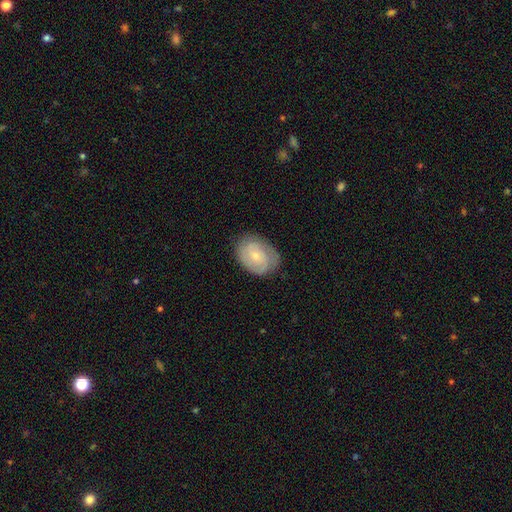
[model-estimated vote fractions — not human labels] smooth_or_featured: featured or disk (p=0.60) [alt: smooth p=0.34]
disk_edge_on: no (p=0.97) [alt: yes p=0.03]
bar: no (p=0.62) [alt: weak p=0.32]
has_spiral_arms: yes (p=0.84) [alt: no p=0.16]
bulge_size: small (p=0.71) [alt: moderate p=0.25]
merging: none (p=0.76) [alt: minor disturbance p=0.18]